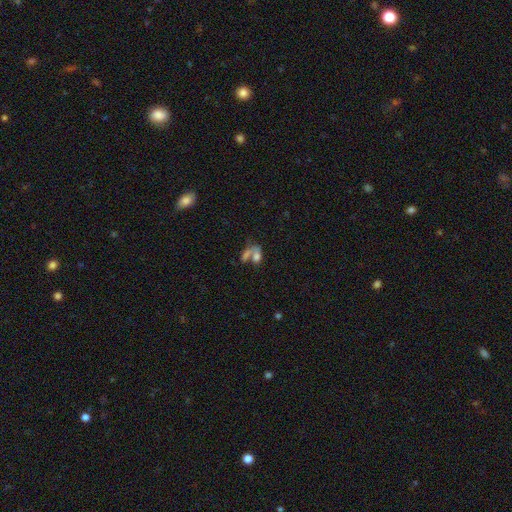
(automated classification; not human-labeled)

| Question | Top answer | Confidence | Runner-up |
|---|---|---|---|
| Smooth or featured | smooth | 62% | featured or disk (24%) |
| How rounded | in between | 78% | round (17%) |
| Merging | merger | 57% | none (22%) |